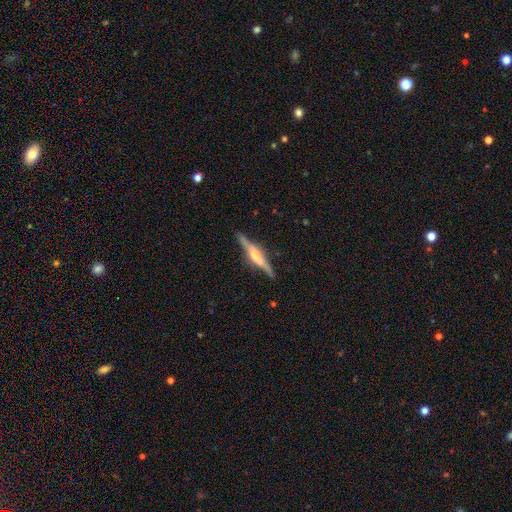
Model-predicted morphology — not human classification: A featured or disk galaxy (74%) viewed edge-on (97%) with a rounded central bulge (55%). Merging: none (84%).